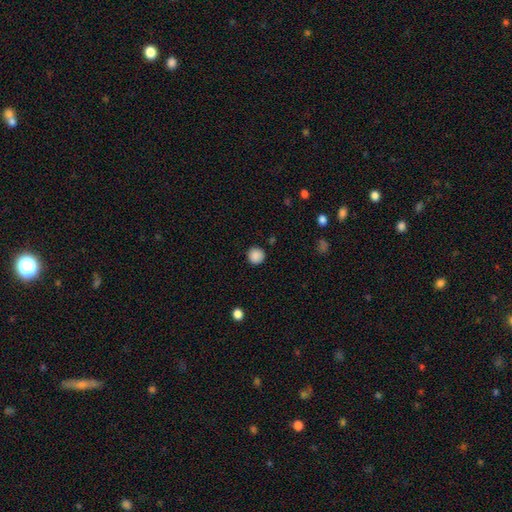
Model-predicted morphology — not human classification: Smooth or featured: smooth — 88% (star or artifact — 10%)
How rounded: round — 94% (in between — 5%)
Merging: none — 90% (minor disturbance — 7%)